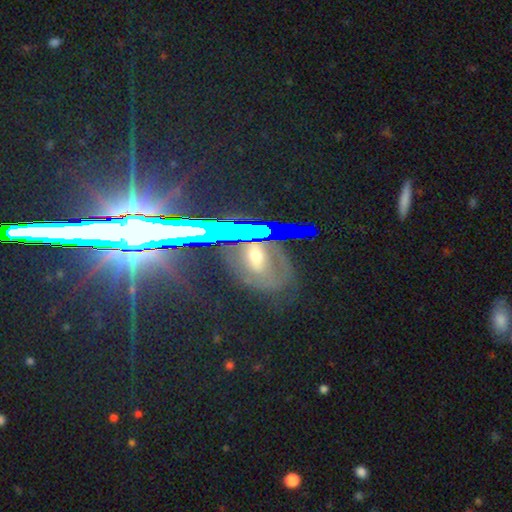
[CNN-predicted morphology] Smooth or featured: featured or disk — 41% (smooth — 31%)
Merging: none — 64% (minor disturbance — 18%)